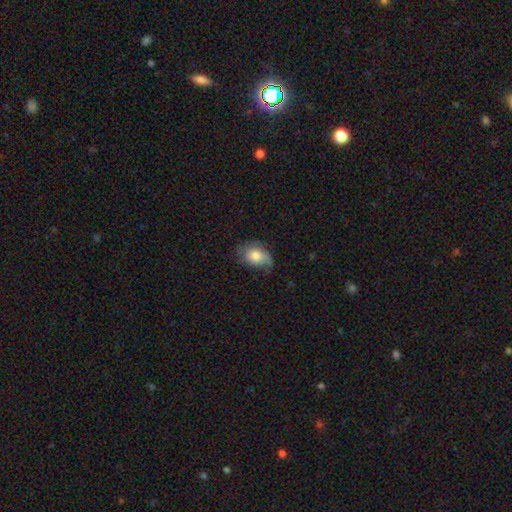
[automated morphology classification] smooth-or-featured: smooth: 66% | featured or disk: 26% | star or artifact: 7%
  how-rounded: in between: 79% | round: 19% | cigar-shaped: 1%
  merging: none: 46% | minor disturbance: 34% | major disturbance: 17% | merger: 2%